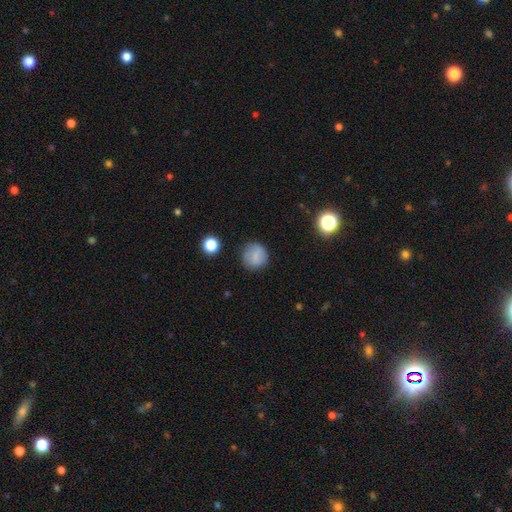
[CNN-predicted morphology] smooth_or_featured: smooth (p=0.78) [alt: featured or disk p=0.12]
how_rounded: round (p=0.90) [alt: in between p=0.09]
merging: none (p=0.82) [alt: minor disturbance p=0.12]